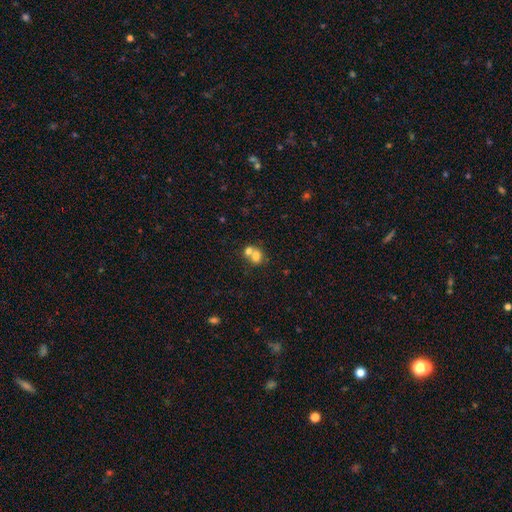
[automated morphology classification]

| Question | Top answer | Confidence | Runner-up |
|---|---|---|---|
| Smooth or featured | smooth | 72% | featured or disk (16%) |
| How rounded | round | 58% | in between (41%) |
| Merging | merger | 59% | none (31%) |